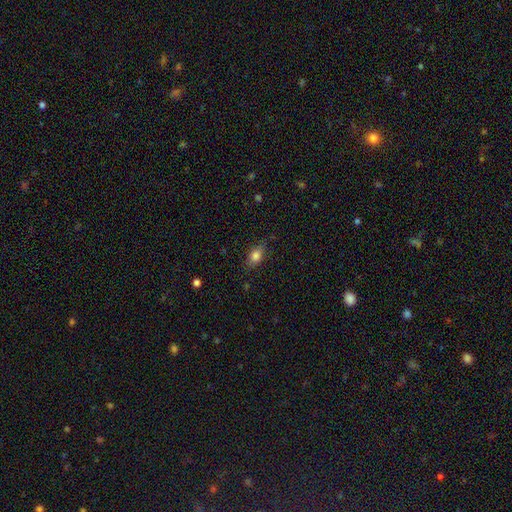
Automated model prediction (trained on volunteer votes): smooth_or_featured: smooth (p=0.81) [alt: featured or disk p=0.10]
how_rounded: in between (p=0.79) [alt: round p=0.16]
merging: none (p=0.78) [alt: minor disturbance p=0.17]